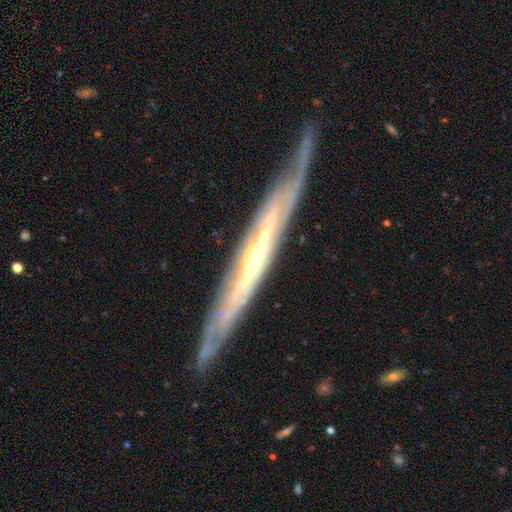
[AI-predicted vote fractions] smooth_or_featured: featured or disk (p=0.85) [alt: smooth p=0.10]
disk_edge_on: yes (p=0.73) [alt: no p=0.27]
edge_on_bulge: none (p=0.52) [alt: rounded p=0.44]
merging: none (p=0.71) [alt: minor disturbance p=0.21]